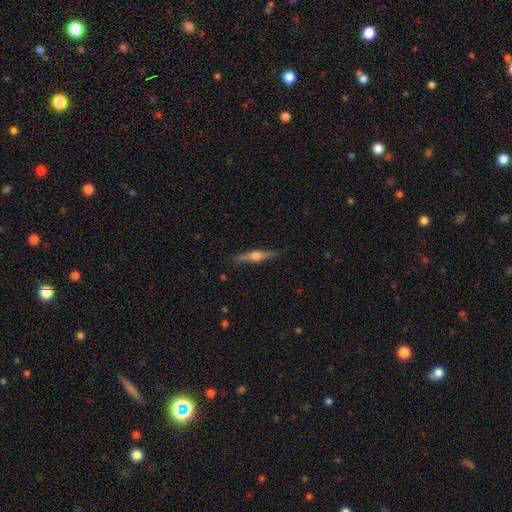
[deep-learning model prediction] smooth-or-featured: featured or disk: 69% | smooth: 25% | star or artifact: 6%
  disk-edge-on: yes: 97% | no: 3%
    edge-on-bulge: rounded: 91% | boxy: 6% | none: 3%
  merging: none: 87% | minor disturbance: 9% | major disturbance: 2% | merger: 1%